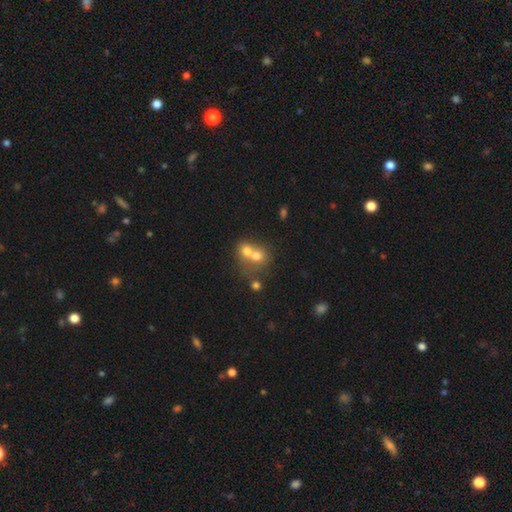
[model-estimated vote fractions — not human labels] This is likely a smooth galaxy (67%). How rounded: likely round (67%). Merging: likely merger (71%).